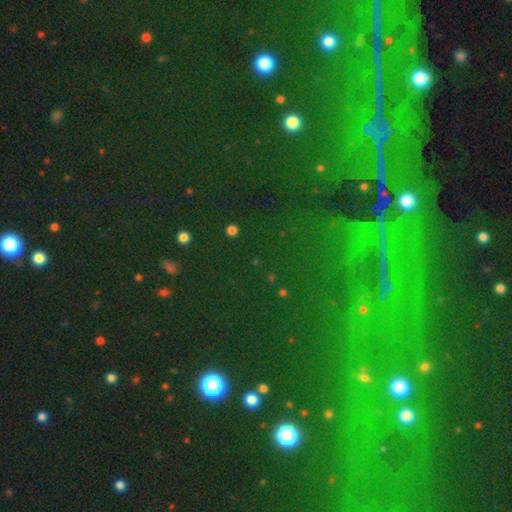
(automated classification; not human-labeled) A star or artifact, not a galaxy (79%).